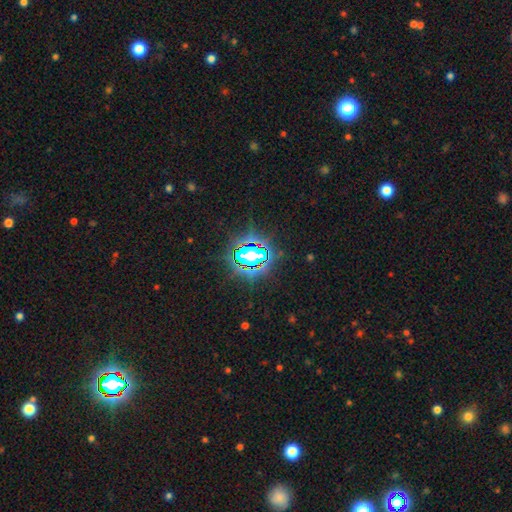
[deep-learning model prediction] smooth-or-featured: star or artifact: 79% | smooth: 12% | featured or disk: 8%